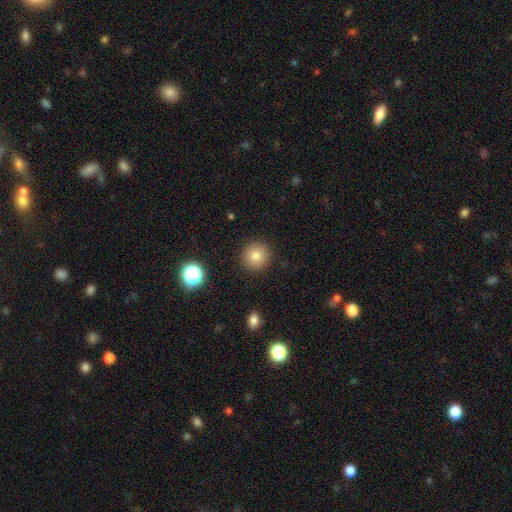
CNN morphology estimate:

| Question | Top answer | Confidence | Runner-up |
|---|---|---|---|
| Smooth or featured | smooth | 80% | star or artifact (12%) |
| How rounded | round | 94% | in between (5%) |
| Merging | none | 91% | minor disturbance (6%) |